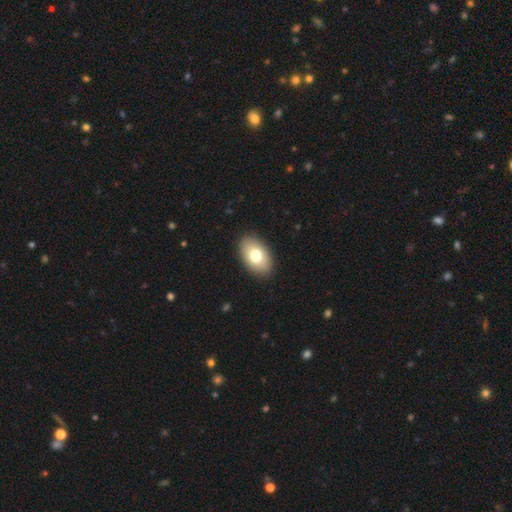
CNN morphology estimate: The model was most divided on "smooth or featured": smooth: 77%, featured or disk: 16%, star or artifact: 7%. More confident: how rounded — in between (92%); merging — none (90%).